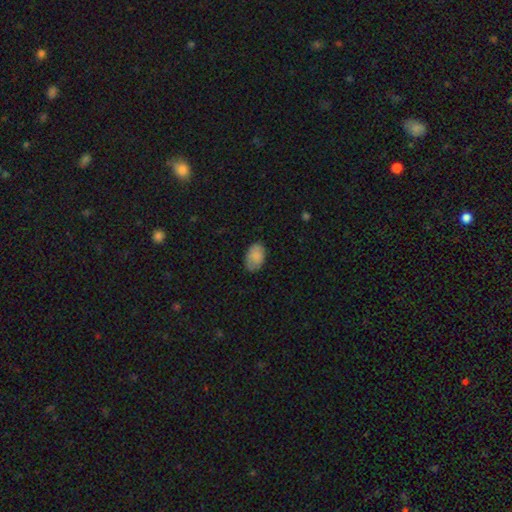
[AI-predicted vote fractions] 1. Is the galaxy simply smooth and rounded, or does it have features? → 84% smooth, 9% featured or disk, 7% star or artifact.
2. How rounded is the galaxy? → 91% in between, 8% round, 1% cigar-shaped.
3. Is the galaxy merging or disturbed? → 78% none, 18% minor disturbance, 3% major disturbance, 1% merger.